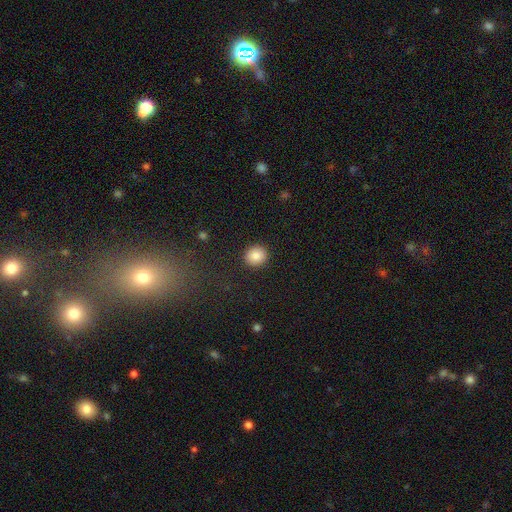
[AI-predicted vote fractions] Overall: smooth (87%). How rounded: round (87%). Merging: none (91%).